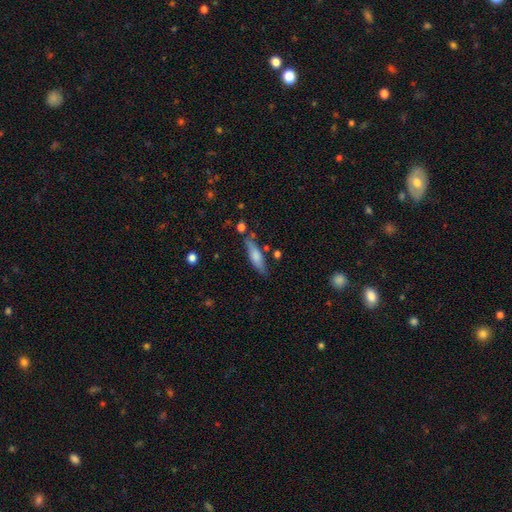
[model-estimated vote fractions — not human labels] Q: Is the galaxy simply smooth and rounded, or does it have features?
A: smooth — 70%.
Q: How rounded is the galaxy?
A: cigar-shaped — 63%.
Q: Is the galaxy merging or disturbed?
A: none — 71%.